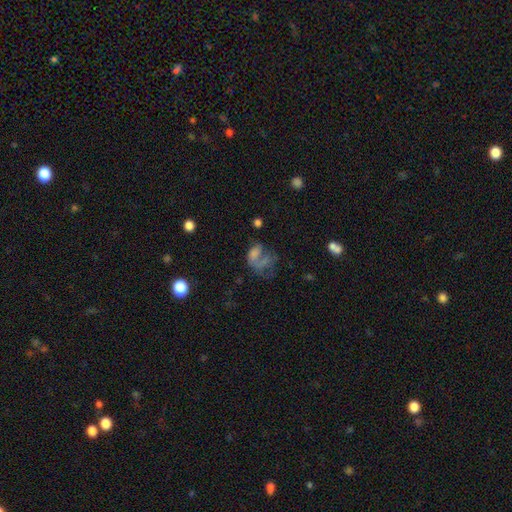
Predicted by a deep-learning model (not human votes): This appears to be a smooth galaxy with no disk features (47%). Merging: major disturbance (45%).